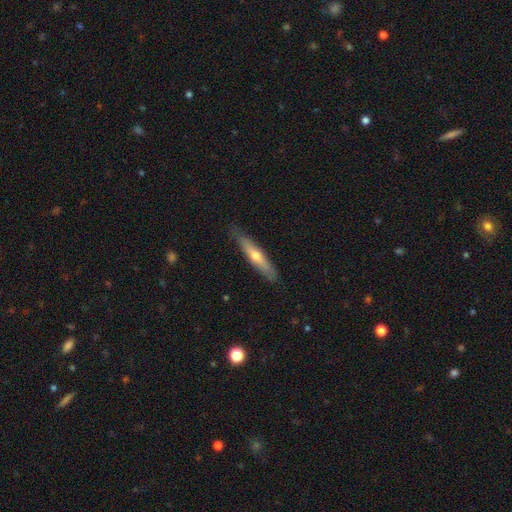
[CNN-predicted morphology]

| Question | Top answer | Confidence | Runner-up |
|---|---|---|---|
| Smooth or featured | featured or disk | 47% | tied: smooth (47%) |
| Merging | none | 84% | minor disturbance (12%) |